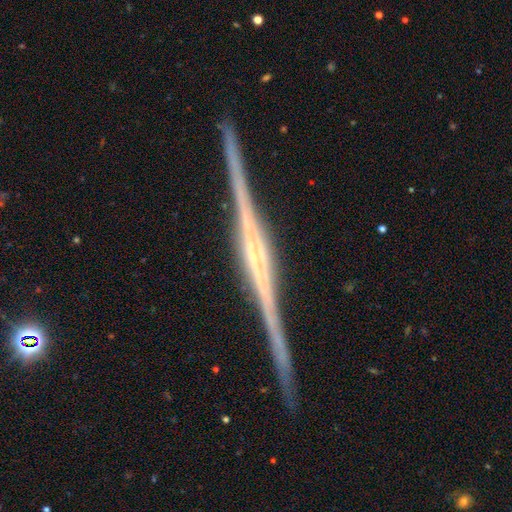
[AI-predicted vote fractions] smooth_or_featured: featured or disk (p=0.91) [alt: star or artifact p=0.05]
disk_edge_on: yes (p=0.99) [alt: no p=0.01]
edge_on_bulge: rounded (p=0.45) [alt: boxy p=0.36]
merging: none (p=0.92) [alt: minor disturbance p=0.06]